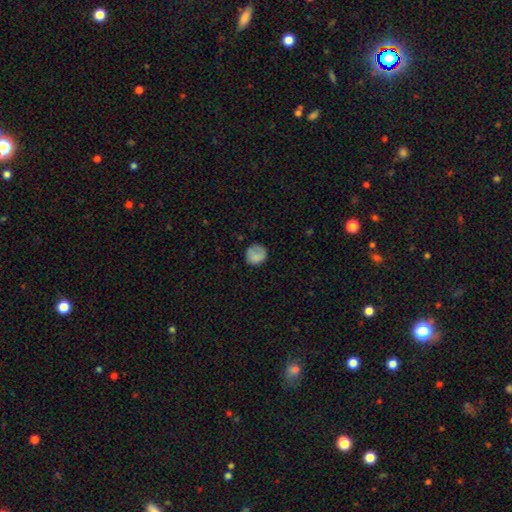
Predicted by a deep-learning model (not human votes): smooth_or_featured: smooth (p=0.82) [alt: featured or disk p=0.09]
how_rounded: round (p=0.83) [alt: in between p=0.16]
merging: none (p=0.72) [alt: minor disturbance p=0.20]